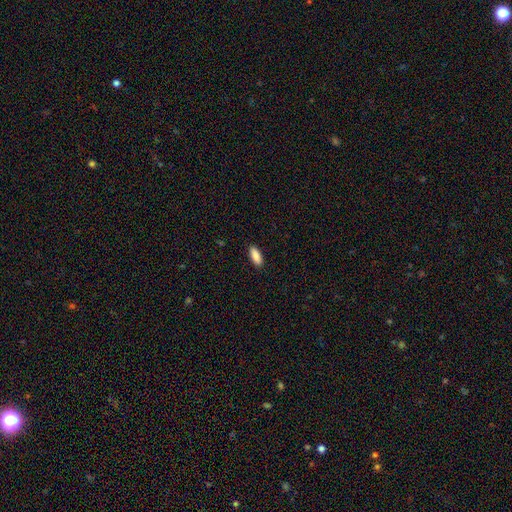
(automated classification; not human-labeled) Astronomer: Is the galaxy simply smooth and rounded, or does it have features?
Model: smooth — 89%.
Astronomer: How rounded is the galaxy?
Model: in between — 76%.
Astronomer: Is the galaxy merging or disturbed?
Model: none — 90%.